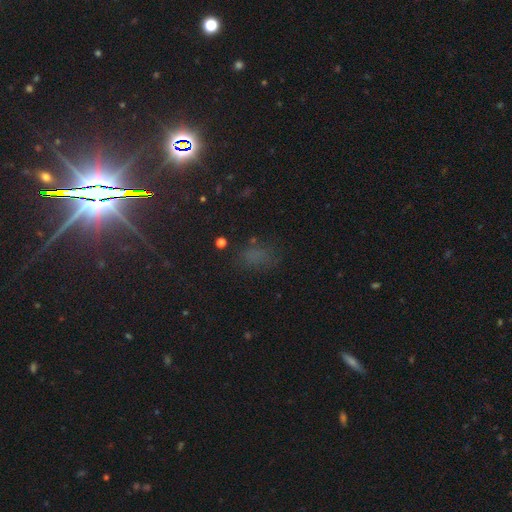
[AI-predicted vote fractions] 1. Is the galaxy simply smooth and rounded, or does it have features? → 44% smooth (tied), 44% star or artifact (tied), 11% featured or disk.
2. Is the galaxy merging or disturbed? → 68% none, 17% minor disturbance, 11% major disturbance, 4% merger.